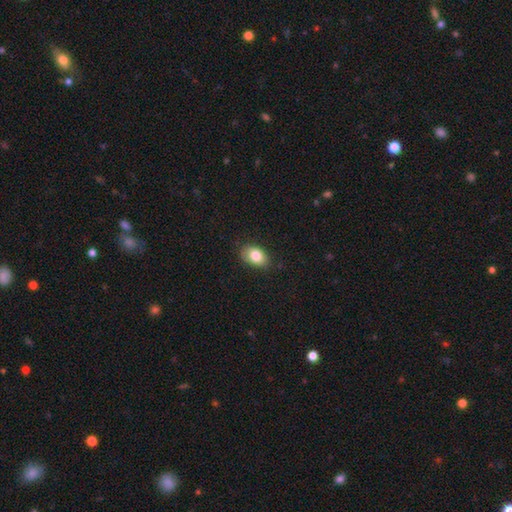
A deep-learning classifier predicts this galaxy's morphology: smooth-or-featured: smooth: 82% | featured or disk: 10% | star or artifact: 8%
  how-rounded: in between: 85% | round: 14% | cigar-shaped: 1%
  merging: none: 78% | minor disturbance: 17% | major disturbance: 3% | merger: 1%